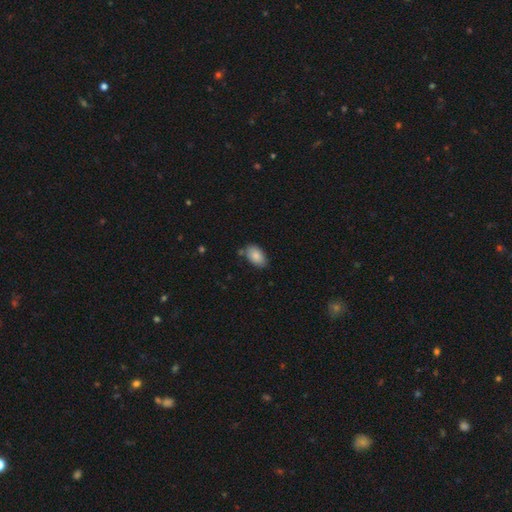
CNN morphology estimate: Smooth or featured? Predicted: smooth (p=0.86). How rounded? Predicted: in between (p=0.93). Merging? Predicted: none (p=0.74).